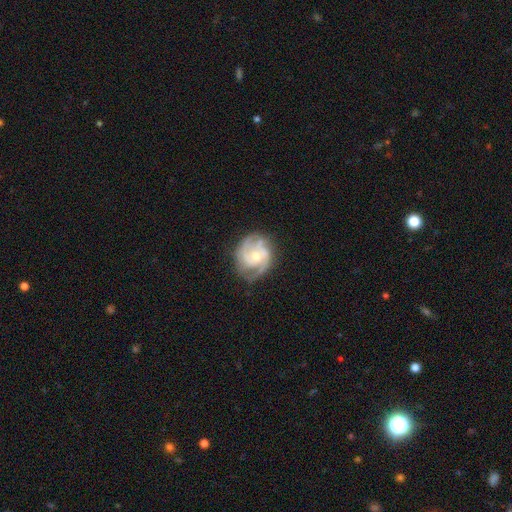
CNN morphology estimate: smooth-or-featured: featured or disk: 86% | smooth: 9% | star or artifact: 5%
  disk-edge-on: no: 98% | yes: 2%
    bar: no: 66% | weak: 29% | strong: 5%
    has-spiral-arms: yes: 96% | no: 4%
      spiral-winding: tight: 47% | medium: 43% | loose: 10%
      spiral-arm-count: 2: 42% | 3: 33% | can't tell: 13% | 4: 5% | 1: 4% | more than 4: 4%
    bulge-size: moderate: 52% | small: 43% | large: 2% | none: 1% | dominant: 1%
  merging: none: 73% | minor disturbance: 19% | major disturbance: 7% | merger: 2%